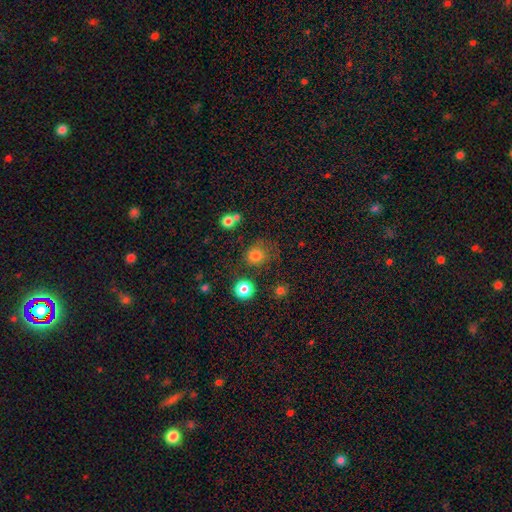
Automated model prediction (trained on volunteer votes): smooth 79%, star or artifact 15%, featured or disk 6%. Down the decision tree: how rounded — round (82%); merging — none (65%).